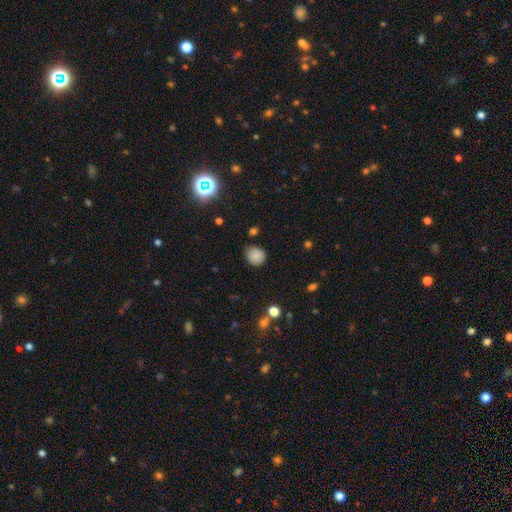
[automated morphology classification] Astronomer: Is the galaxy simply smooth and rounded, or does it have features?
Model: smooth — 84%.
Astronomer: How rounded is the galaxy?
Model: round — 85%.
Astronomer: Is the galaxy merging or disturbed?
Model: none — 80%.